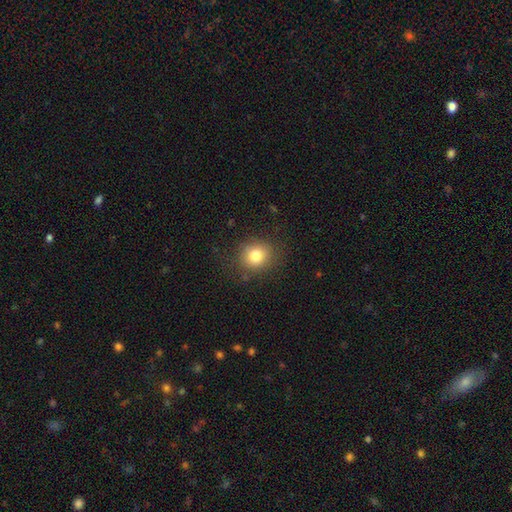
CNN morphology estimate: Smooth or featured? Predicted: smooth (p=0.81). How rounded? Predicted: round (p=0.78). Merging? Predicted: none (p=0.84).